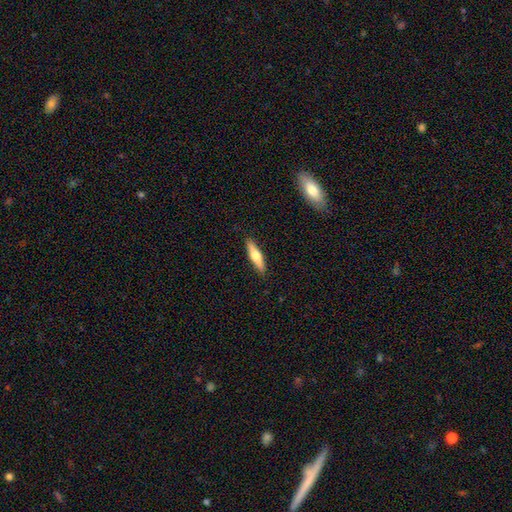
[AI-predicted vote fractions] Q: Smooth or featured?
A: smooth (53%); runner-up: featured or disk (41%)
Q: How rounded?
A: cigar-shaped (73%); runner-up: in between (25%)
Q: Merging?
A: none (90%); runner-up: minor disturbance (7%)